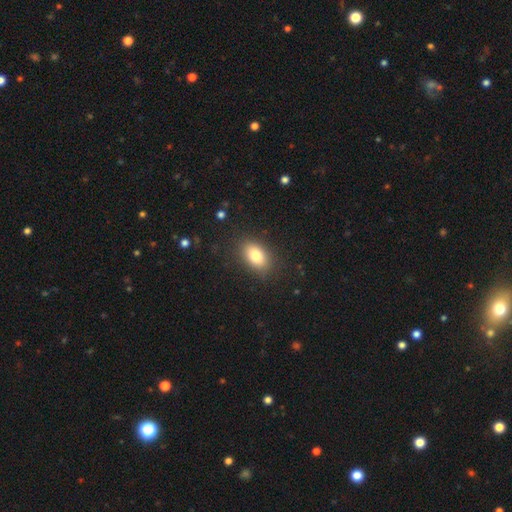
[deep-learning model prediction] Smooth or featured: smooth — 80% (featured or disk — 11%)
How rounded: in between — 86% (round — 12%)
Merging: none — 85% (minor disturbance — 10%)